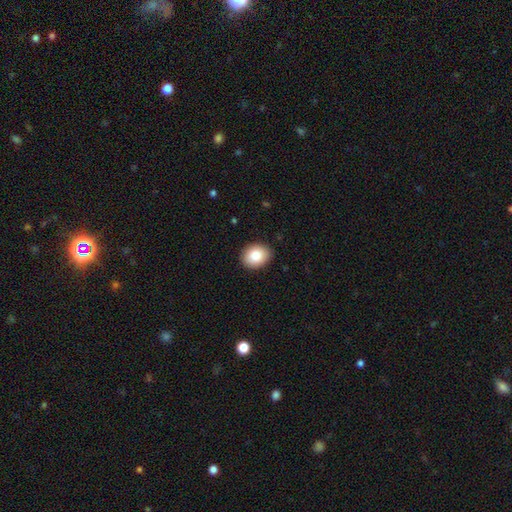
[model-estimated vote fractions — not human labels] Smooth or featured: smooth — 85% (star or artifact — 8%)
How rounded: in between — 52% (round — 47%)
Merging: none — 89% (minor disturbance — 8%)